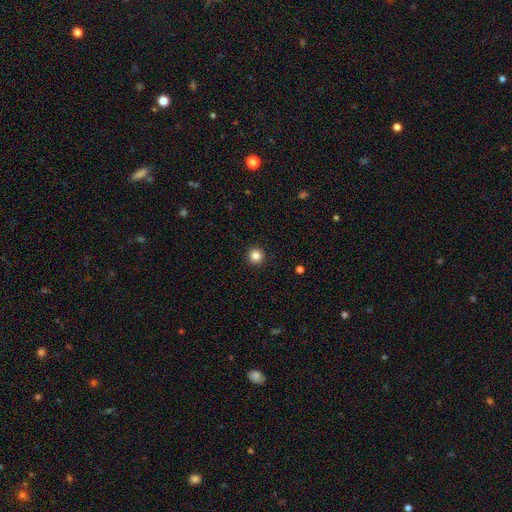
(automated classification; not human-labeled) Smooth or featured?
  - smooth: 85% *
  - star or artifact: 11%
  - featured or disk: 4%
How rounded?
  - round: 96% *
  - in between: 3%
  - cigar-shaped: 1%
Merging?
  - none: 93% *
  - minor disturbance: 4%
  - major disturbance: 2%
  - merger: 1%